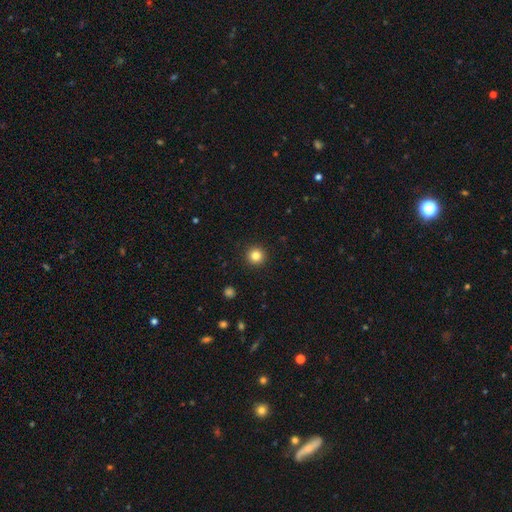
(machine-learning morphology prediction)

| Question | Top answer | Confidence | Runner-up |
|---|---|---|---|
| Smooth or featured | smooth | 82% | star or artifact (12%) |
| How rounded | round | 96% | in between (3%) |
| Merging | none | 93% | minor disturbance (4%) |